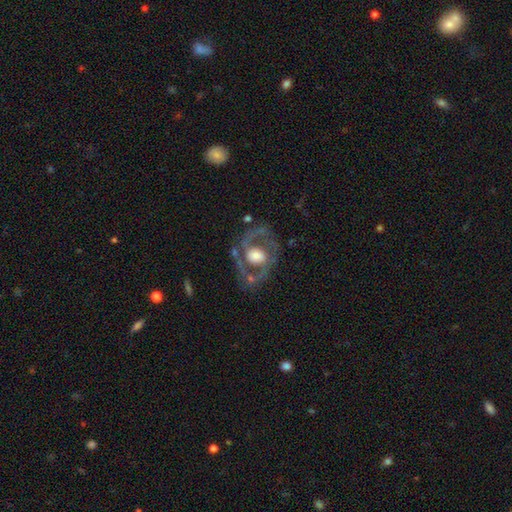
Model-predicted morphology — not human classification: This appears to be a featured or disk galaxy (80%) with no bar (56%), 2 (84%) medium (54%) spiral arms (77%) and a moderate central bulge (41%, tied with large). Merging: none (68%).